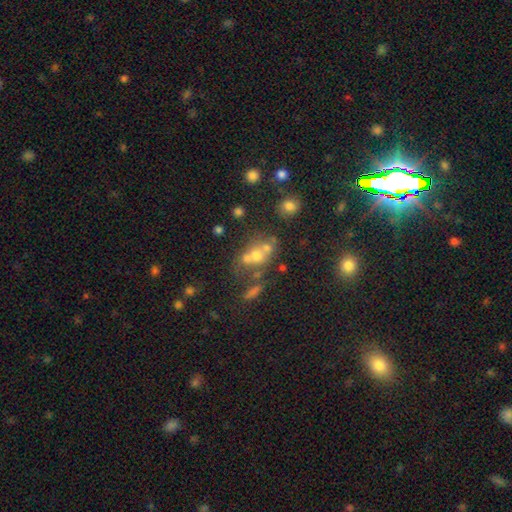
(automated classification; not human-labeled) A smooth galaxy with no disk features (51%) that is round (60%).

Vote fractions:
- Smooth or featured? smooth: 51% / featured or disk: 25% / star or artifact: 24%
- How rounded? round: 60% / in between: 37% / cigar-shaped: 2%
- Merging? merger: 48% / none: 35% / minor disturbance: 10% / major disturbance: 7%